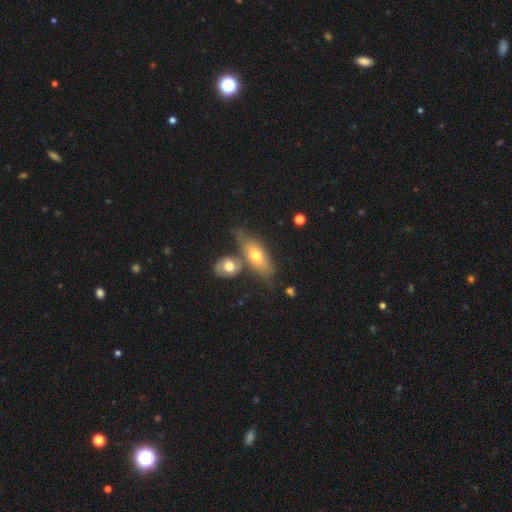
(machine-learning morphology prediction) A smooth galaxy with no disk features (57%) that is in between round and cigar-shaped (74%).

Vote fractions:
- Smooth or featured? smooth: 57% / featured or disk: 36% / star or artifact: 7%
- How rounded? in between: 74% / cigar-shaped: 20% / round: 5%
- Merging? none: 42% / merger: 35% / minor disturbance: 16% / major disturbance: 7%